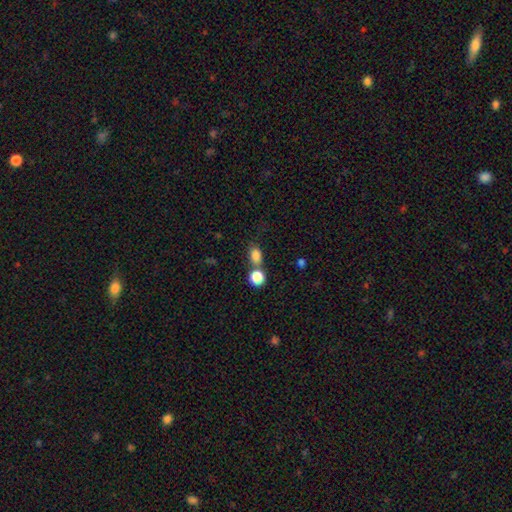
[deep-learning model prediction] Morphology: type=smooth (82%); roundness=in between (65%); merging=none (53%).